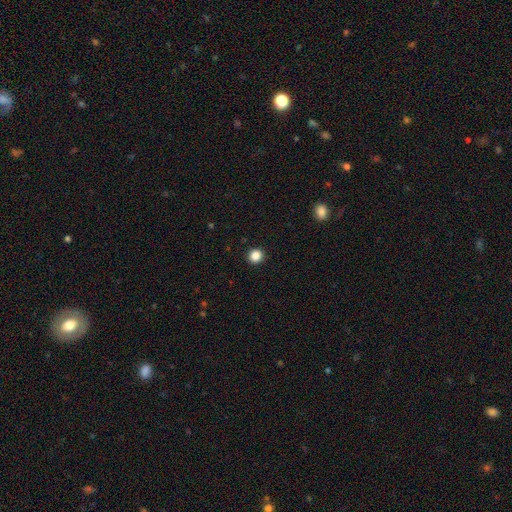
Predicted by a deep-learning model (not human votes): A smooth galaxy with no disk features (86%) that is round (93%). Merging: none (93%).